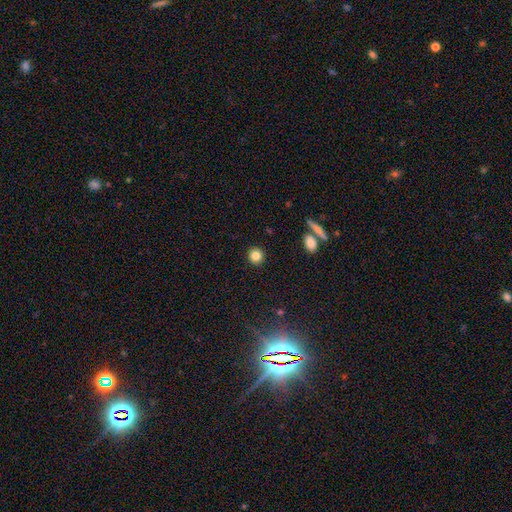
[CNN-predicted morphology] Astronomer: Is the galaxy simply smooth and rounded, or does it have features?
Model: smooth — 84%.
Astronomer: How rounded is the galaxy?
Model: round — 92%.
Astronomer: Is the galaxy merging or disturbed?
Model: none — 91%.